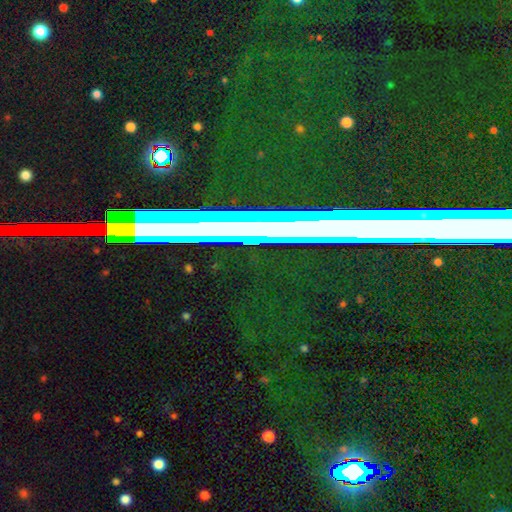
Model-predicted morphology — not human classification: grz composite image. It shows a star or artifact, not a galaxy (54%).